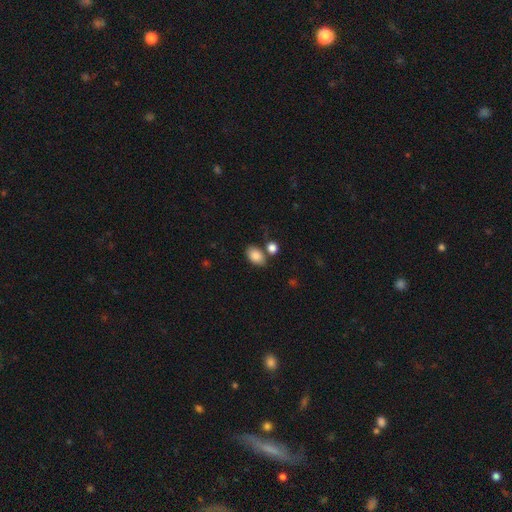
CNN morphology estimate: smooth 87%, star or artifact 8%, featured or disk 5%. Down the decision tree: how rounded — in between (87%); merging — none (67%).